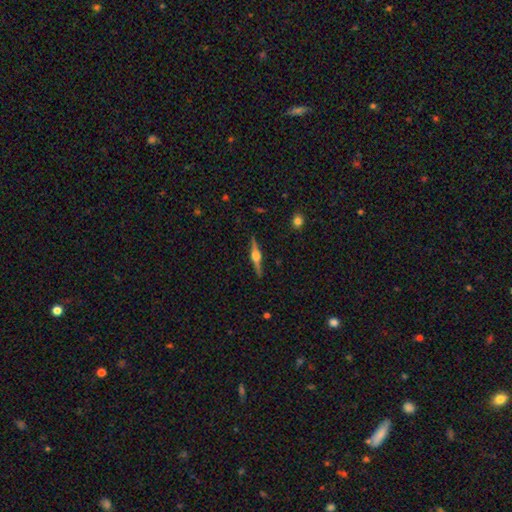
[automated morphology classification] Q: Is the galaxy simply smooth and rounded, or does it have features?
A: featured or disk — 82%.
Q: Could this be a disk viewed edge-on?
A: yes — 98%.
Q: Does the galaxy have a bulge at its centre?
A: rounded — 90%.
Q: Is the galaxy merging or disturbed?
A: none — 90%.